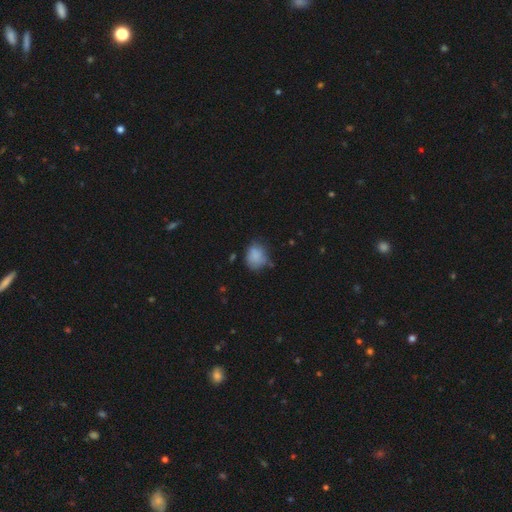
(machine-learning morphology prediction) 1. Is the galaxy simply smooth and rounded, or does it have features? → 82% smooth, 10% star or artifact, 9% featured or disk.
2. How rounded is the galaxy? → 56% round, 43% in between, 1% cigar-shaped.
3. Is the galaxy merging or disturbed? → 55% none, 31% minor disturbance, 9% major disturbance, 4% merger.